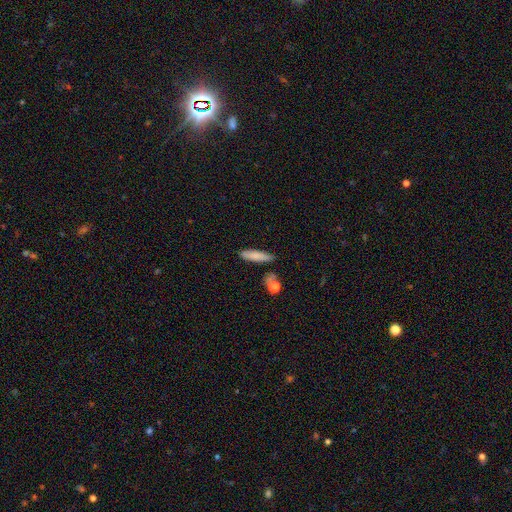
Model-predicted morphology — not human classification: Smooth or featured? smooth (80%)
How rounded? cigar-shaped (74%)
Merging? none (77%)